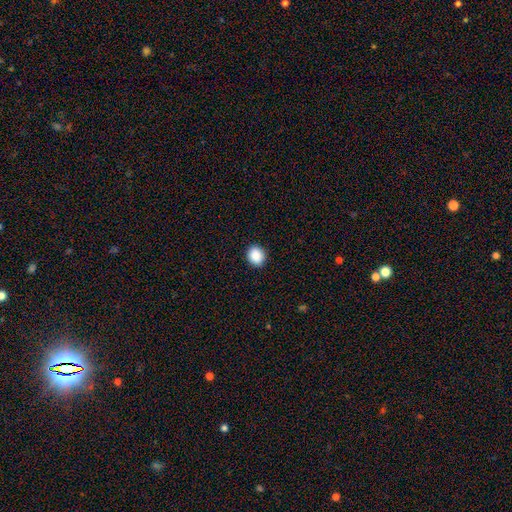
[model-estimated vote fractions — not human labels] smooth_or_featured: smooth (p=0.89) [alt: star or artifact p=0.08]
how_rounded: round (p=0.74) [alt: in between p=0.25]
merging: none (p=0.92) [alt: minor disturbance p=0.06]